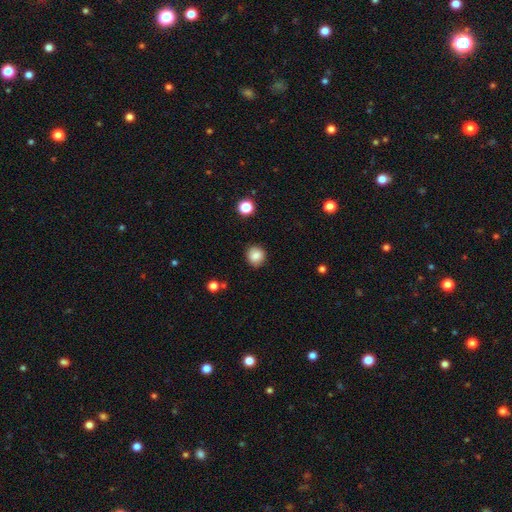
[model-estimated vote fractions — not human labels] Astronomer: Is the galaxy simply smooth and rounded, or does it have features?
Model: smooth — 85%.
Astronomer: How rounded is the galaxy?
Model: round — 89%.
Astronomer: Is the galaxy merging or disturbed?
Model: none — 89%.